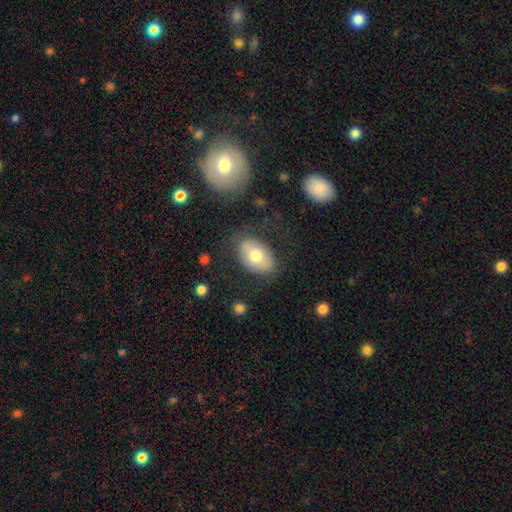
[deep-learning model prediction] Overall: smooth (66%; featured or disk 27%). How rounded: in between (85%). Merging: none (72%).